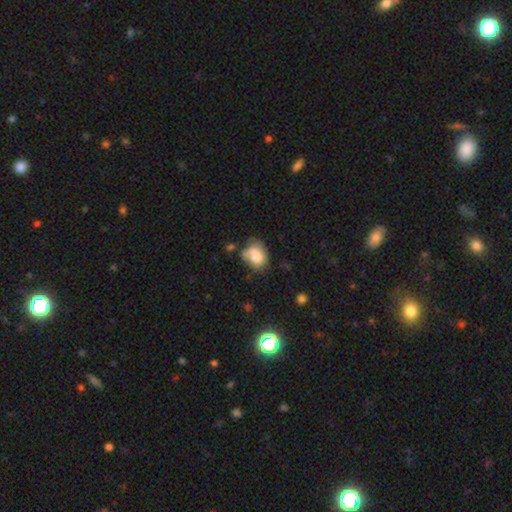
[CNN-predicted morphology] This is likely a smooth galaxy (72%). How rounded: likely in between (68%). Merging: marginally none (36%).